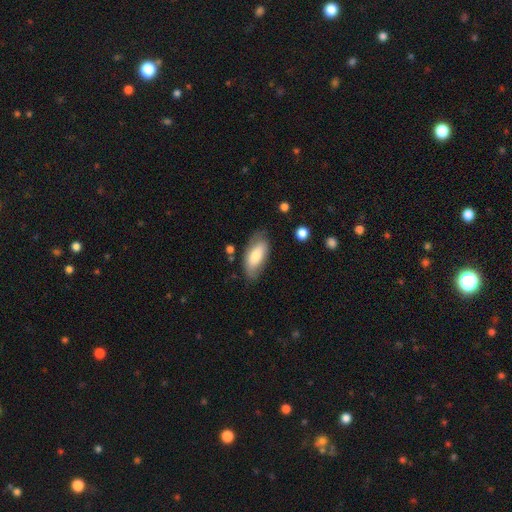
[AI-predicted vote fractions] Morphology: type=smooth (77%); roundness=in between (88%); merging=none (72%).